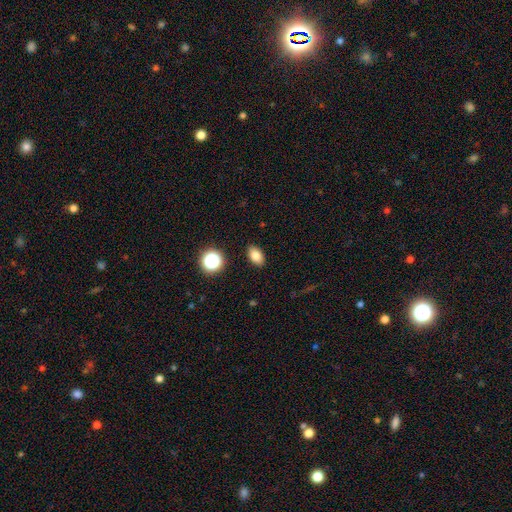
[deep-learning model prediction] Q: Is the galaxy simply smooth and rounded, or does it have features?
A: smooth — 81%.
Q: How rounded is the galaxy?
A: in between — 87%.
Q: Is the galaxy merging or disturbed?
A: none — 88%.